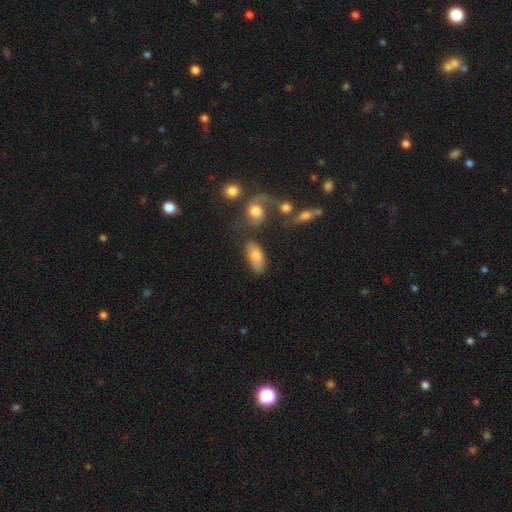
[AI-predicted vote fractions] A smooth galaxy with no disk features (73%) that is in between round and cigar-shaped (88%).

Vote fractions:
- Smooth or featured? smooth: 73% / featured or disk: 20% / star or artifact: 7%
- How rounded? in between: 88% / cigar-shaped: 8% / round: 4%
- Merging? none: 67% / minor disturbance: 15% / merger: 11% / major disturbance: 6%